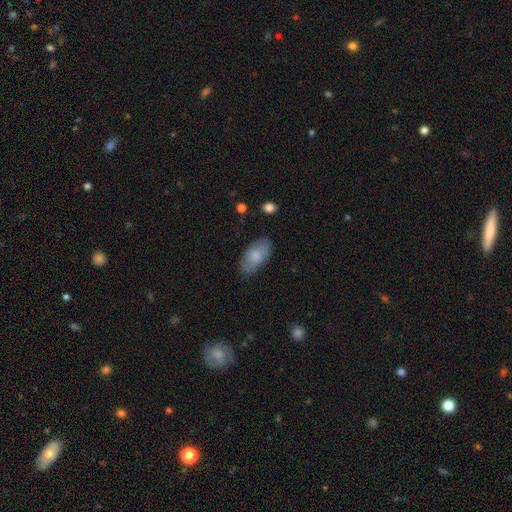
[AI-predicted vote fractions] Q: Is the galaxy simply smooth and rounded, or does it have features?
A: smooth — 75%.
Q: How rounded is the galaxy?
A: in between — 93%.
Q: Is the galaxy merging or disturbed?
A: none — 79%.